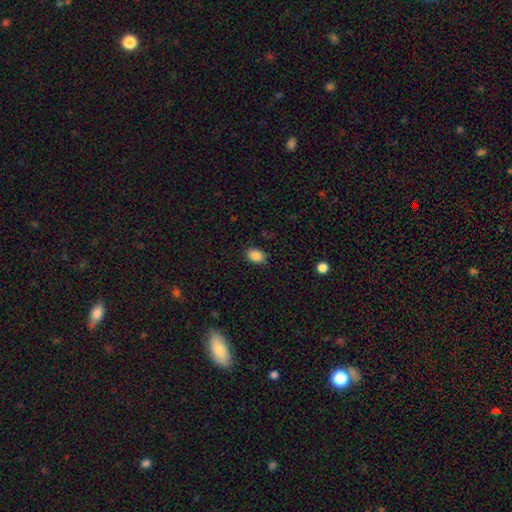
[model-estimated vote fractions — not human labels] A smooth galaxy with no disk features (88%) that is in between round and cigar-shaped (80%).

Vote fractions:
- Smooth or featured? smooth: 88% / star or artifact: 8% / featured or disk: 3%
- How rounded? in between: 80% / round: 19% / cigar-shaped: 1%
- Merging? none: 87% / minor disturbance: 10% / major disturbance: 2% / merger: 1%